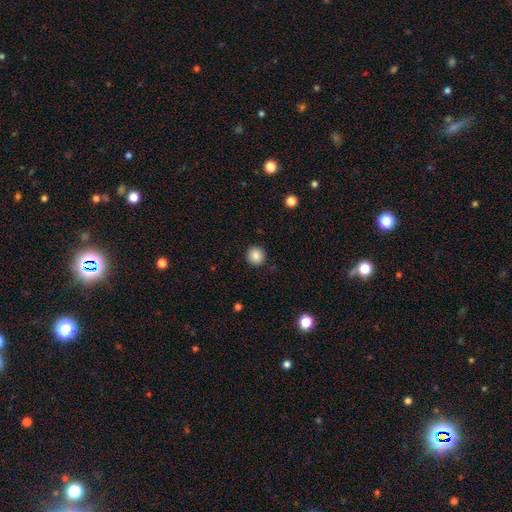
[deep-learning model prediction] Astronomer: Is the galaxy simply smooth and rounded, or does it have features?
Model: smooth — 87%.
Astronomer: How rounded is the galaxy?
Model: round — 94%.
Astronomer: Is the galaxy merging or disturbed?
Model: none — 92%.